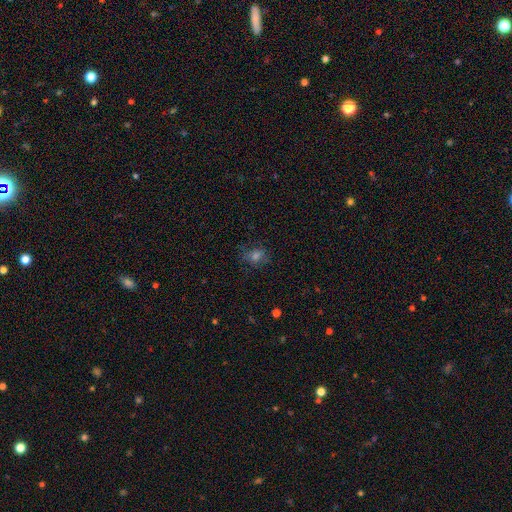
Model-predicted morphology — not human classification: The model was most divided on "how rounded": in between: 53%, round: 45%, cigar-shaped: 2%. More confident: merging — none (72%); smooth or featured — smooth (59%).